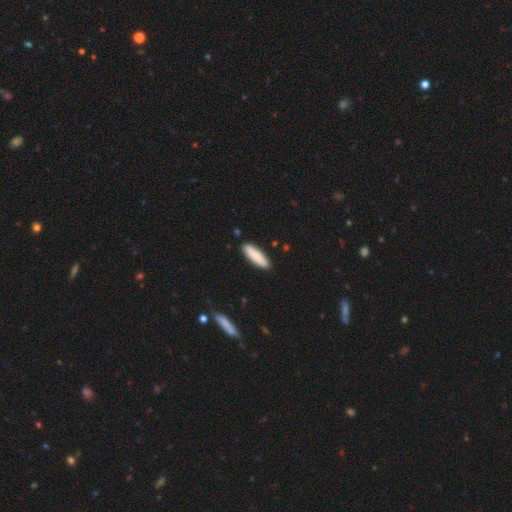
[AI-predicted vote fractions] Smooth or featured?
  - smooth: 85% *
  - featured or disk: 9%
  - star or artifact: 5%
How rounded?
  - cigar-shaped: 64% *
  - in between: 35%
  - round: 1%
Merging?
  - none: 88% *
  - minor disturbance: 8%
  - major disturbance: 2%
  - merger: 2%